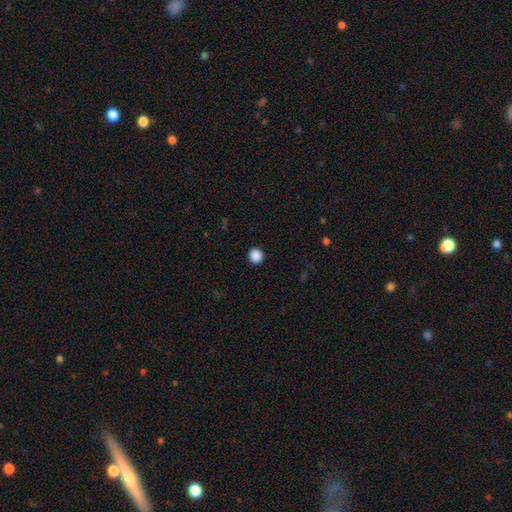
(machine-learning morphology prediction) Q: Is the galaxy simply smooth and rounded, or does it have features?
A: smooth — 88%.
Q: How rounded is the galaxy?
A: round — 91%.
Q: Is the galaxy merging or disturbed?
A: none — 92%.